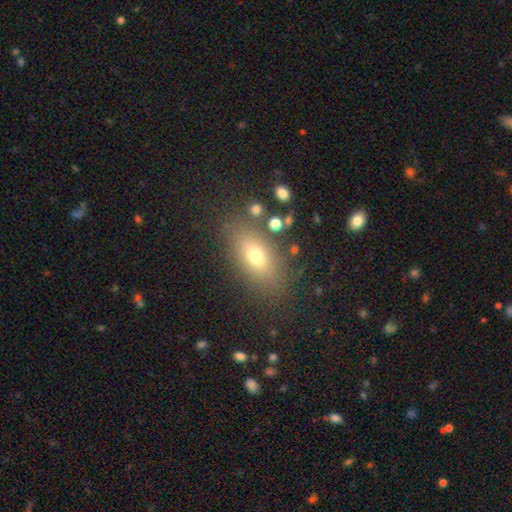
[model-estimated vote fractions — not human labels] Smooth or featured?
  - smooth: 71% *
  - featured or disk: 17%
  - star or artifact: 12%
How rounded?
  - in between: 81% *
  - round: 10%
  - cigar-shaped: 9%
Merging?
  - none: 81% *
  - minor disturbance: 11%
  - major disturbance: 4%
  - merger: 3%